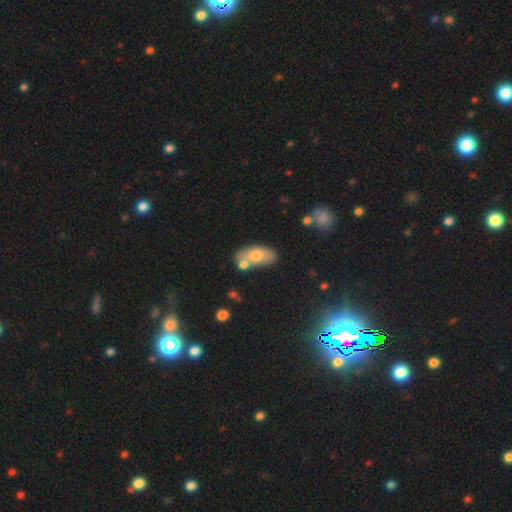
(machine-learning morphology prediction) Smooth or featured? Predicted: smooth (p=0.68). How rounded? Predicted: in between (p=0.90). Merging? Predicted: none (p=0.51).